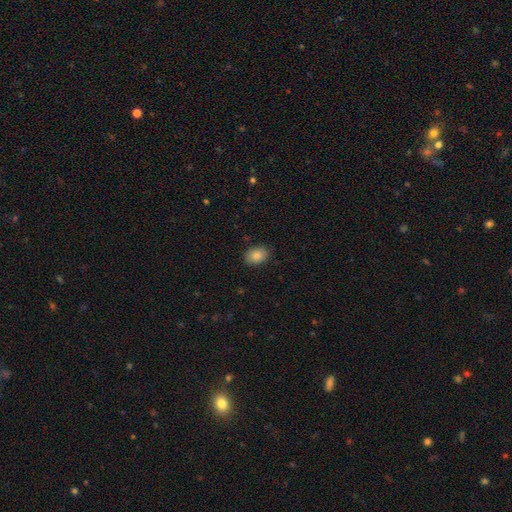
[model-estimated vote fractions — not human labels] Overall: smooth (86%). How rounded: in between (75%). Merging: none (87%).